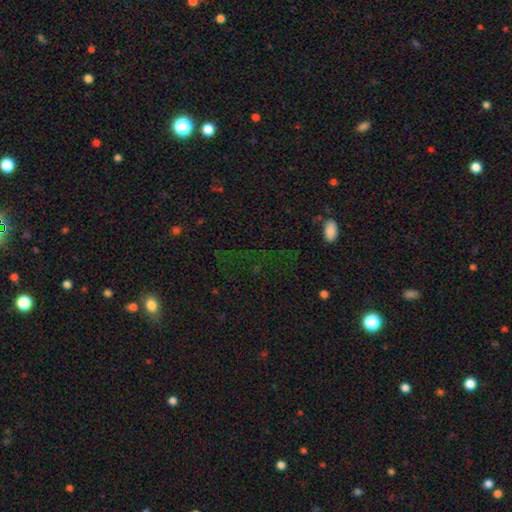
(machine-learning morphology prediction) type=star or artifact (67%).